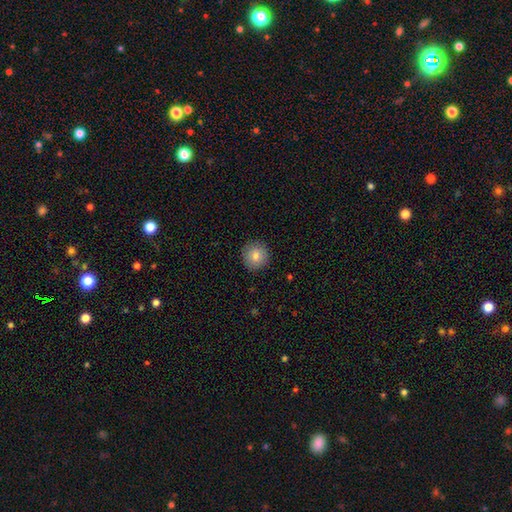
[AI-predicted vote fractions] A smooth galaxy with no disk features (82%) that is round (94%).

Vote fractions:
- Smooth or featured? smooth: 82% / featured or disk: 9% / star or artifact: 8%
- How rounded? round: 94% / in between: 5% / cigar-shaped: 1%
- Merging? none: 91% / minor disturbance: 6% / major disturbance: 2% / merger: 1%